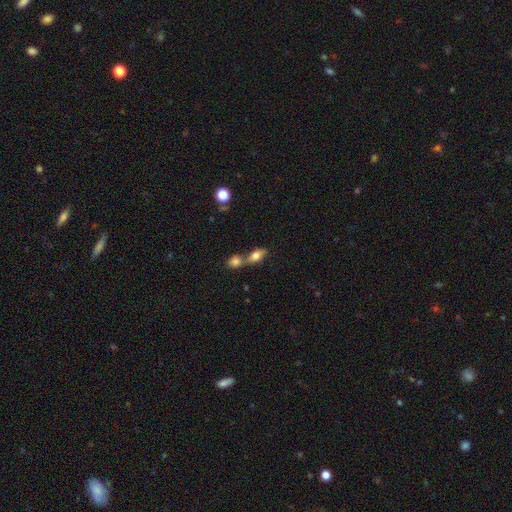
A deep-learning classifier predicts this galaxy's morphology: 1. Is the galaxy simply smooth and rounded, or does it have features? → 75% smooth, 15% featured or disk, 10% star or artifact.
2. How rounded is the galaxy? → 77% in between, 14% round, 9% cigar-shaped.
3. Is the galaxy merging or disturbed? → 56% merger, 32% none, 8% minor disturbance, 4% major disturbance.